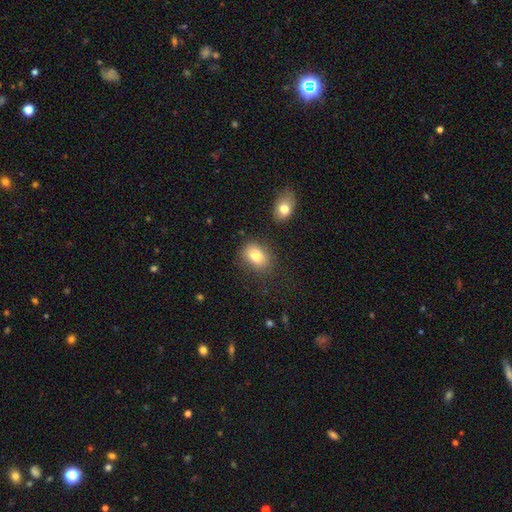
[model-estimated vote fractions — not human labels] Q: Smooth or featured?
A: smooth (80%); runner-up: featured or disk (10%)
Q: How rounded?
A: in between (69%); runner-up: round (30%)
Q: Merging?
A: none (75%); runner-up: minor disturbance (15%)